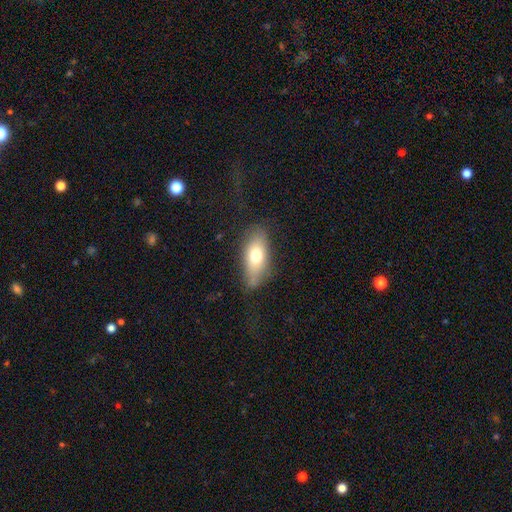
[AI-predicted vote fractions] smooth_or_featured: smooth (p=0.71) [alt: featured or disk p=0.21]
how_rounded: in between (p=0.82) [alt: cigar-shaped p=0.13]
merging: none (p=0.69) [alt: minor disturbance p=0.22]